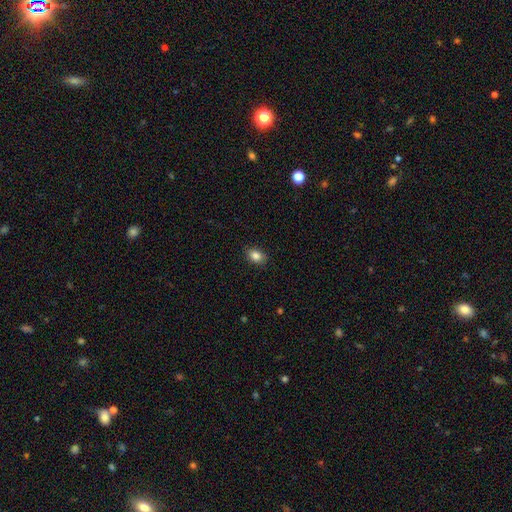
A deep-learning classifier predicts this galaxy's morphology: This appears to be a smooth galaxy with no disk features (86%) that is in between round and cigar-shaped (77%). Merging: none (87%).